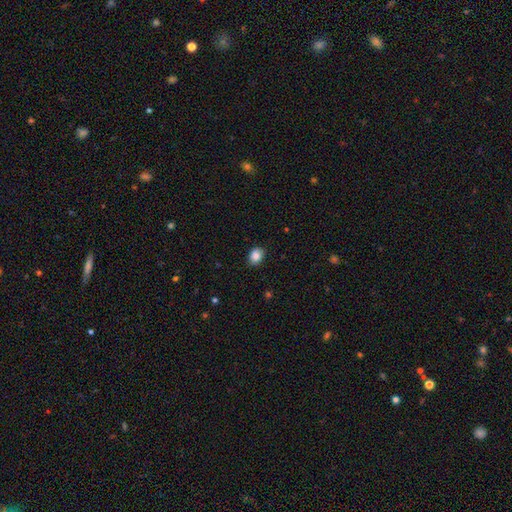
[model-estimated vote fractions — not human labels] Smooth or featured? smooth (86%)
How rounded? in between (59%)
Merging? none (87%)